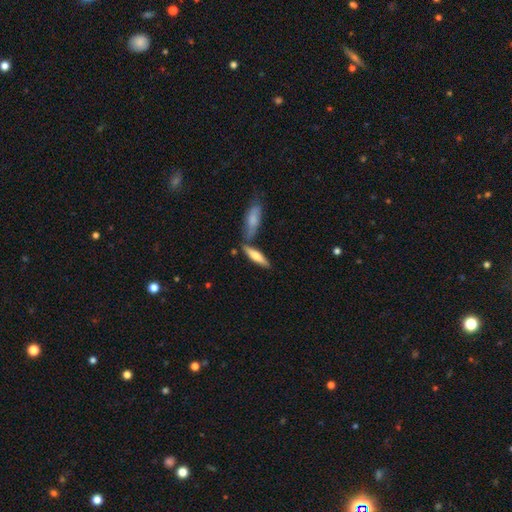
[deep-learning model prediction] Smooth or featured? Predicted: smooth (p=0.60). How rounded? Predicted: cigar-shaped (p=0.69). Merging? Predicted: none (p=0.66).